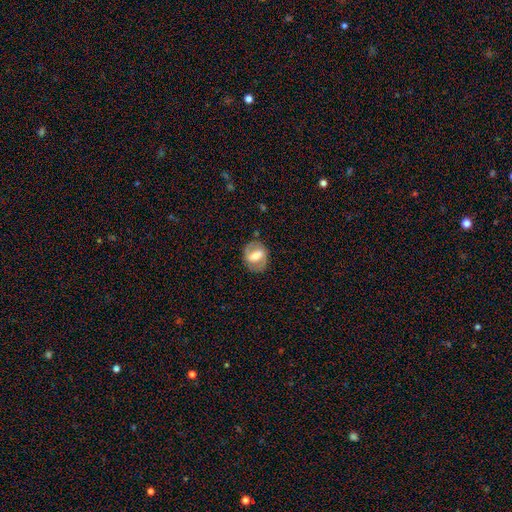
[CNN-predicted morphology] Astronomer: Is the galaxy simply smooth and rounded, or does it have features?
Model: featured or disk — 65%.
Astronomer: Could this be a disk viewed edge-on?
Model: no — 95%.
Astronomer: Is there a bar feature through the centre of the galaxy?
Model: strong — 52% (runner-up: weak, 35%).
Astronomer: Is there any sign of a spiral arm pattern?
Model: yes — 70%.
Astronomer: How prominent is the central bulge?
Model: moderate — 44% (runner-up: large, 27%).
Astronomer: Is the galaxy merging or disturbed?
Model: none — 79%.